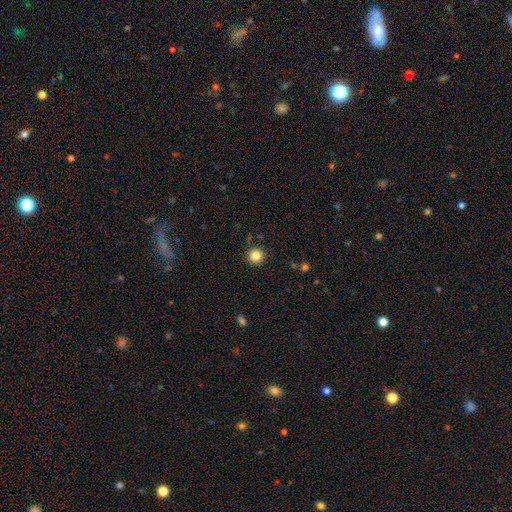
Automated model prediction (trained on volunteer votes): This appears to be a smooth galaxy with no disk features (84%) that is round (95%). Merging: none (90%).